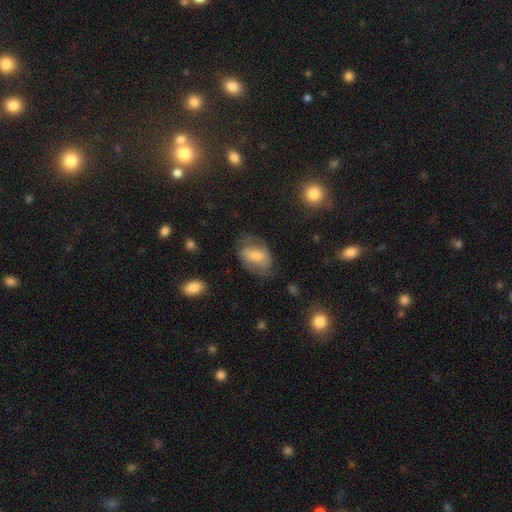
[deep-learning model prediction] featured or disk 53%, smooth 37%, star or artifact 9%. Down the decision tree: edge-on disk — no (95%); bar — weak (40%); spiral arms — yes (78%); bulge size — moderate (53%); merging — none (62%).